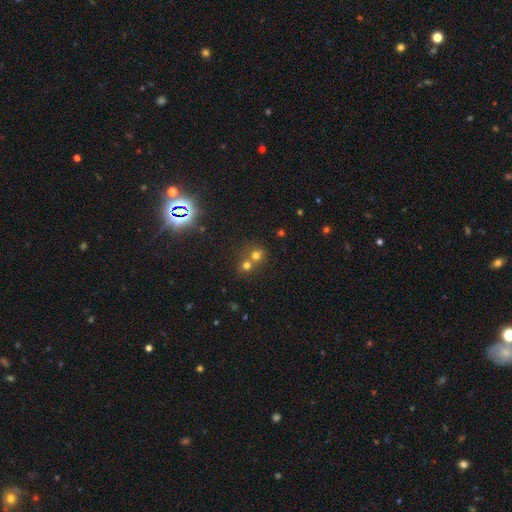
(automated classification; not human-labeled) Smooth or featured?
  - smooth: 64% *
  - star or artifact: 24%
  - featured or disk: 12%
How rounded?
  - round: 80% *
  - in between: 19%
  - cigar-shaped: 1%
Merging?
  - merger: 52% *
  - none: 40%
  - minor disturbance: 5%
  - major disturbance: 3%